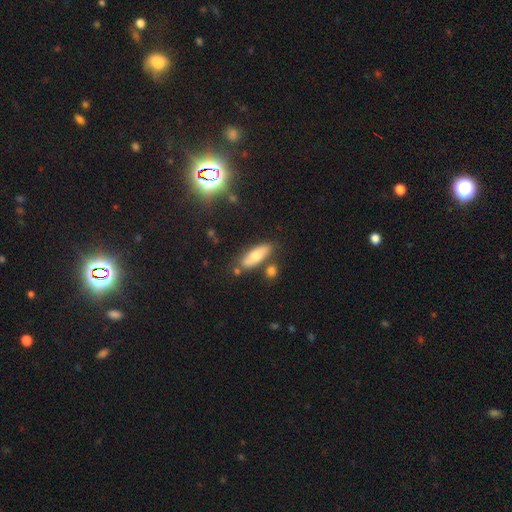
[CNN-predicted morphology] A smooth galaxy with no disk features (61%) that is in between round and cigar-shaped (61%). Merging: none (74%).